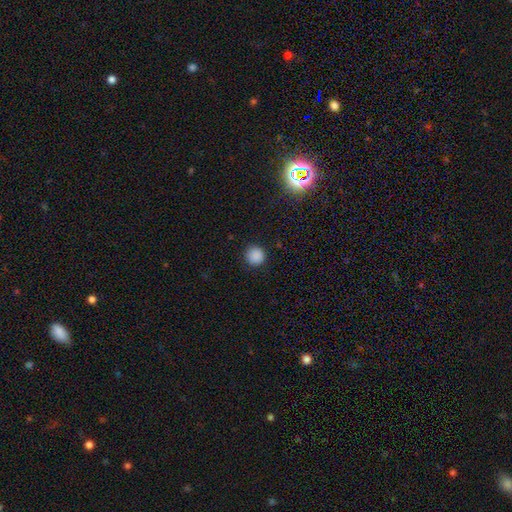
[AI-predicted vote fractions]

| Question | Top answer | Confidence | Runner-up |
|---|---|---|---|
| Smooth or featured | smooth | 87% | star or artifact (11%) |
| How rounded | round | 94% | in between (5%) |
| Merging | none | 91% | minor disturbance (6%) |